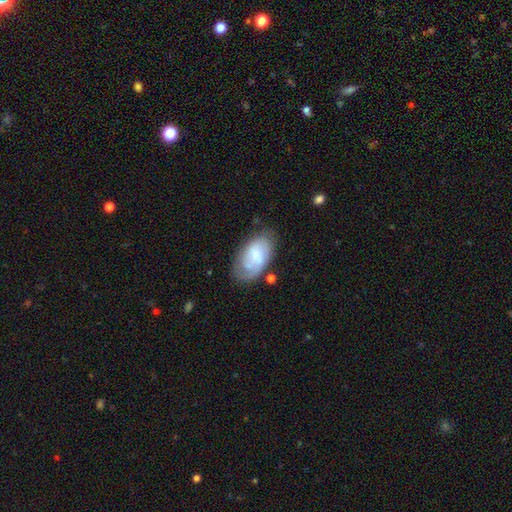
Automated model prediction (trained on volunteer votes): smooth 49%, featured or disk 44%, star or artifact 7%. Down the decision tree: merging — none (56%).